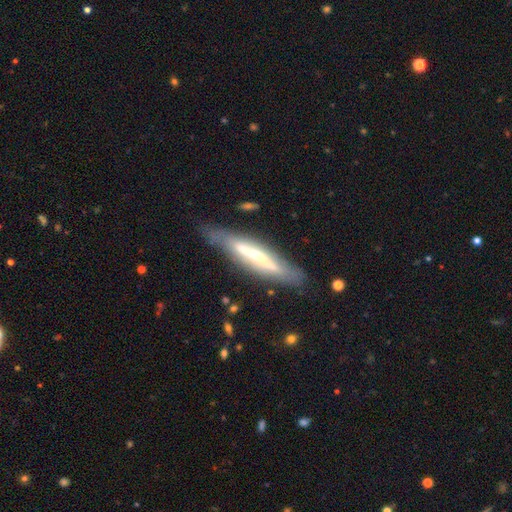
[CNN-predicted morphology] smooth-or-featured: featured or disk: 65% | smooth: 29% | star or artifact: 6%
  disk-edge-on: yes: 77% | no: 23%
    edge-on-bulge: none: 44% | rounded: 34% | boxy: 22%
  merging: none: 74% | minor disturbance: 18% | major disturbance: 6% | merger: 3%